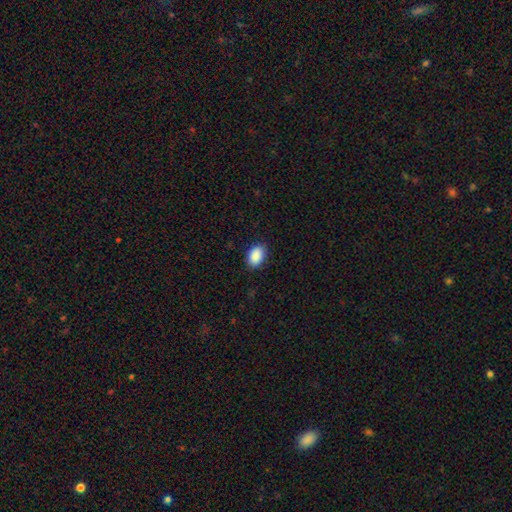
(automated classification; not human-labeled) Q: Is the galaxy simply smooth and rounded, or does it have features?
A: smooth — 90%.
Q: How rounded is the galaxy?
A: in between — 87%.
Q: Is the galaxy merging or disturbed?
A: none — 86%.